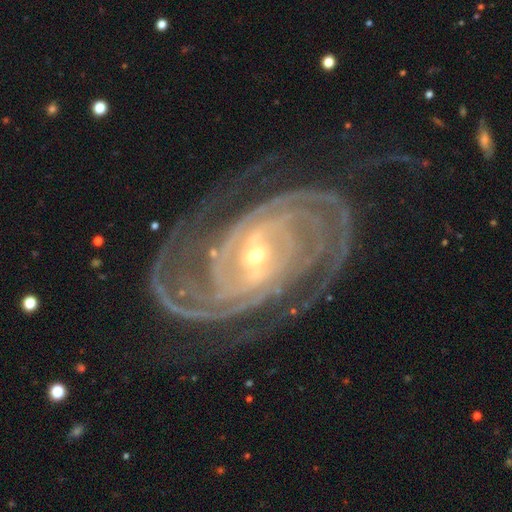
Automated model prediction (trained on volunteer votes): A featured or disk galaxy (93%) with a weak bar (38%), 2 (28%) tight (71%) spiral arms (99%) and a small central bulge (66%). Merging: none (73%).